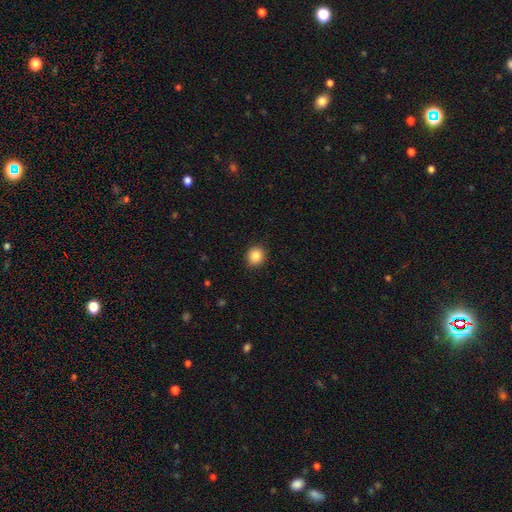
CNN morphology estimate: Smooth or featured? Predicted: smooth (p=0.86). How rounded? Predicted: round (p=0.83). Merging? Predicted: none (p=0.91).